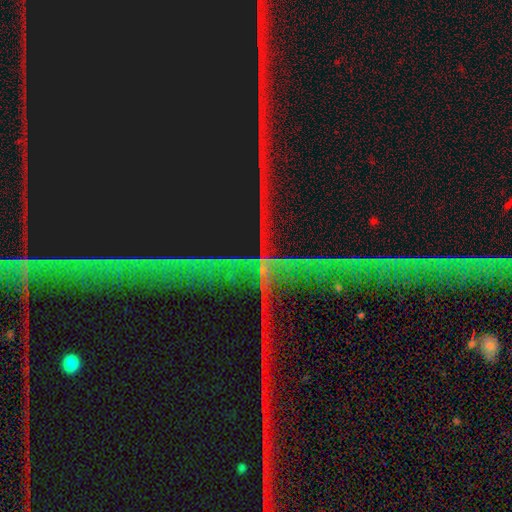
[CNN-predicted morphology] smooth-or-featured: star or artifact: 87% | featured or disk: 8% | smooth: 5%